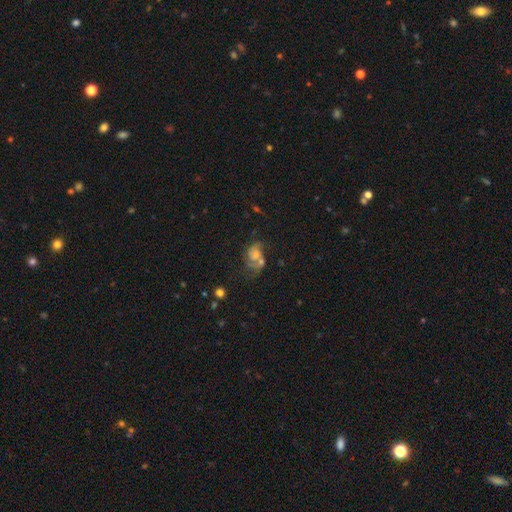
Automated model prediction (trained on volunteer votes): smooth_or_featured: featured or disk (p=0.66) [alt: smooth p=0.22]
disk_edge_on: no (p=0.98) [alt: yes p=0.02]
bar: no (p=0.63) [alt: weak p=0.31]
has_spiral_arms: yes (p=0.86) [alt: no p=0.14]
spiral_winding: medium (p=0.47) [alt: loose p=0.29]
spiral_arm_count: 2 (p=0.73) [alt: 1 p=0.12]
bulge_size: small (p=0.41) [alt: moderate p=0.38]
merging: none (p=0.35) [alt: merger p=0.24]